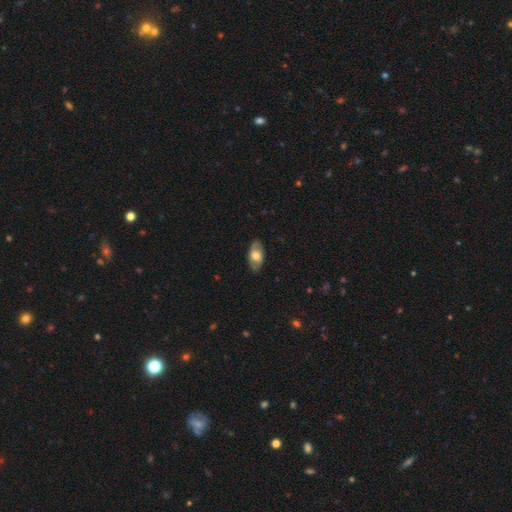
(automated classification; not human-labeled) This is possibly a smooth galaxy (57%). How rounded: clearly in between (92%). Merging: clearly none (84%).